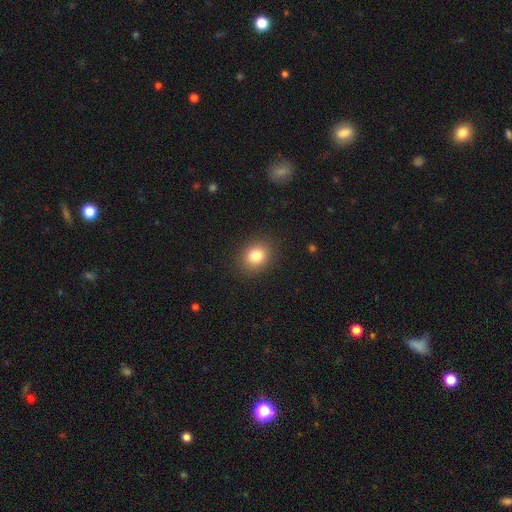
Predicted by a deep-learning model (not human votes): Smooth or featured? smooth (82%)
How rounded? round (58%)
Merging? none (89%)